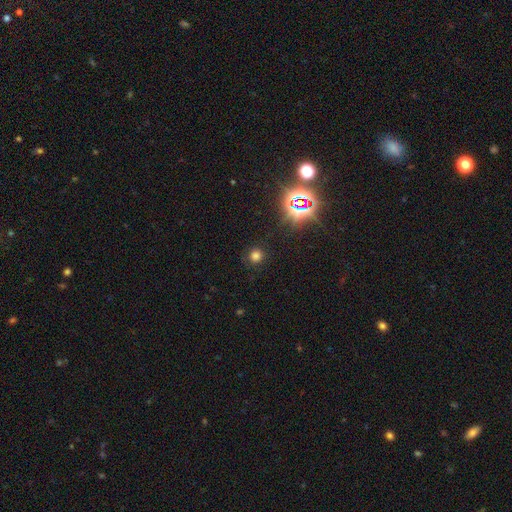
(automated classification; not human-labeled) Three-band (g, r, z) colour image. It shows a smooth galaxy with no disk features (68%) that is round (91%). Merging: none (86%).